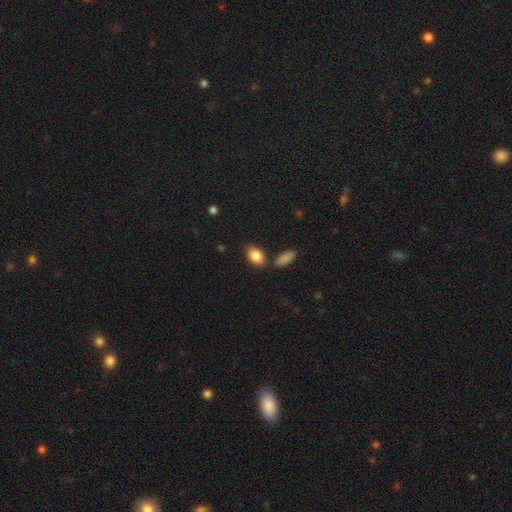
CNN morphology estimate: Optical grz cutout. It shows a smooth galaxy with no disk features (86%) that is in between round and cigar-shaped (89%). Merging: none (74%).